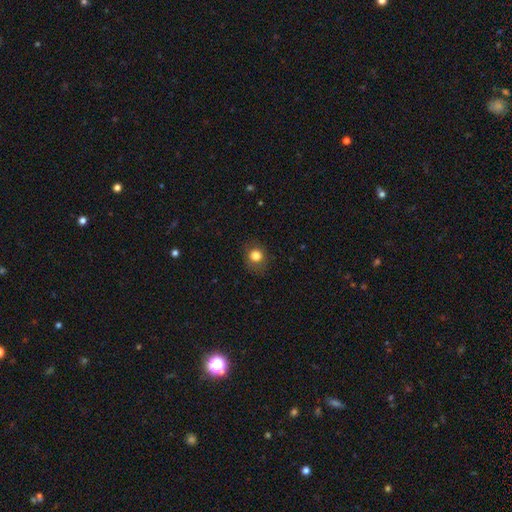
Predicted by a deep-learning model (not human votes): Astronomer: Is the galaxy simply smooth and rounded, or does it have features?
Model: smooth — 81%.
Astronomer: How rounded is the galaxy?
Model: round — 77%.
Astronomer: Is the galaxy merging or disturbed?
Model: none — 80%.